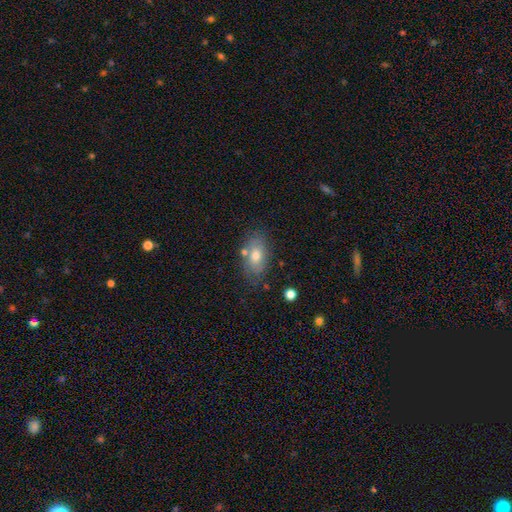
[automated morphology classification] This appears to be a smooth galaxy with no disk features (59%) that is in between round and cigar-shaped (88%). Merging: none (71%).